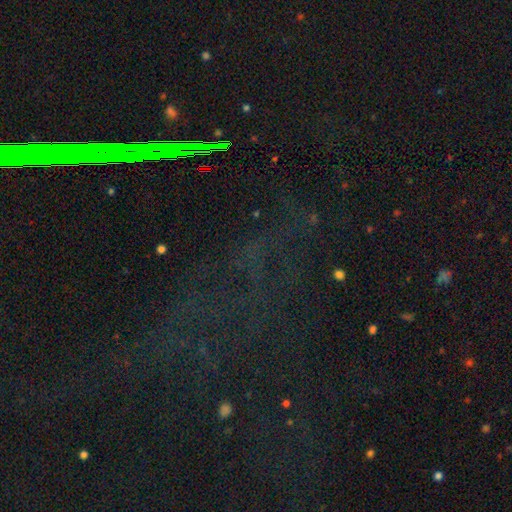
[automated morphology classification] smooth_or_featured: star or artifact (p=0.75) [alt: smooth p=0.13]